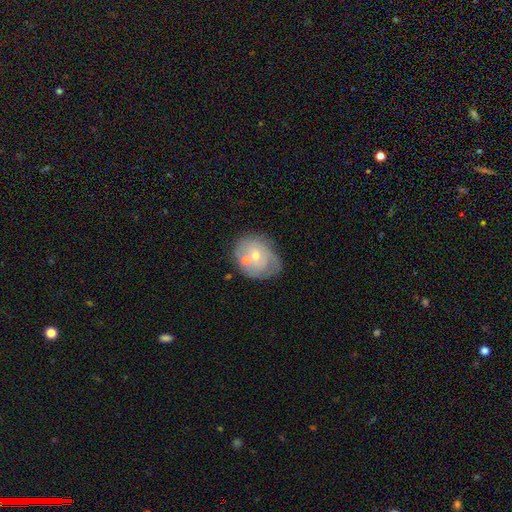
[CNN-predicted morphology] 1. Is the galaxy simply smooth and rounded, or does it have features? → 55% featured or disk, 36% smooth, 9% star or artifact.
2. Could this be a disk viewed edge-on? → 96% no, 4% yes.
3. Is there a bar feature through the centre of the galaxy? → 81% no, 16% weak, 3% strong.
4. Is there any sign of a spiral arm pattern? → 52% yes, 48% no.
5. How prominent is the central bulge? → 50% small, 46% moderate, 2% none, 2% large, 1% dominant.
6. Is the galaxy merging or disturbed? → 50% none, 21% minor disturbance, 20% merger, 8% major disturbance.